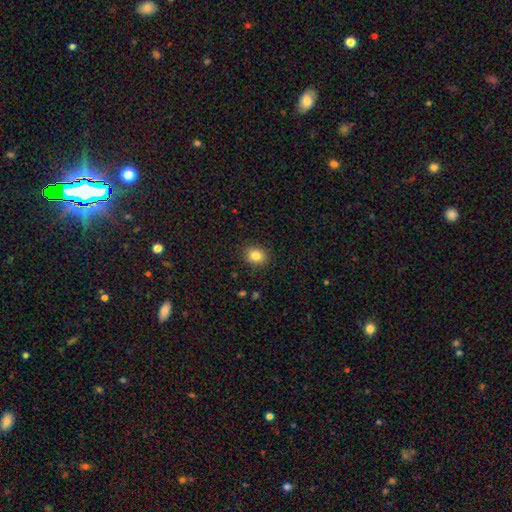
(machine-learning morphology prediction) type=smooth (83%); roundness=round (60%); merging=none (89%).